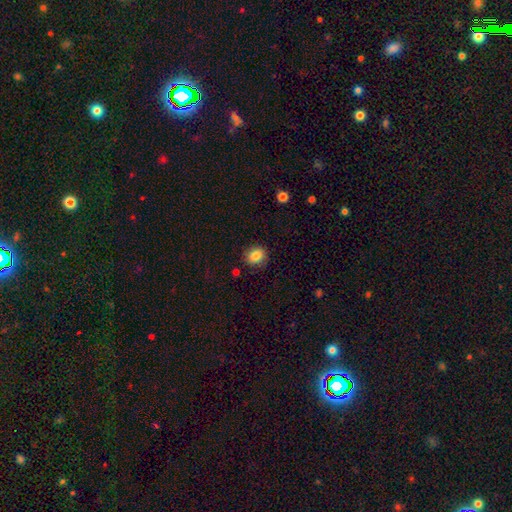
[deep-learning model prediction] The model was most divided on "how rounded": round: 70%, in between: 29%, cigar-shaped: 1%. More confident: merging — none (86%); smooth or featured — smooth (84%).